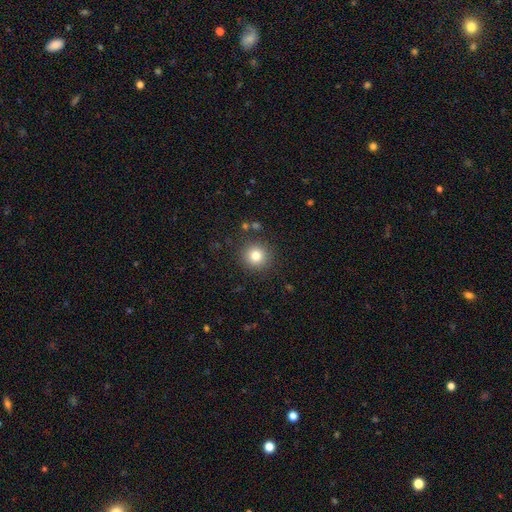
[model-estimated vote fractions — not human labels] Smooth or featured? Predicted: smooth (p=0.80). How rounded? Predicted: round (p=0.95). Merging? Predicted: none (p=0.89).